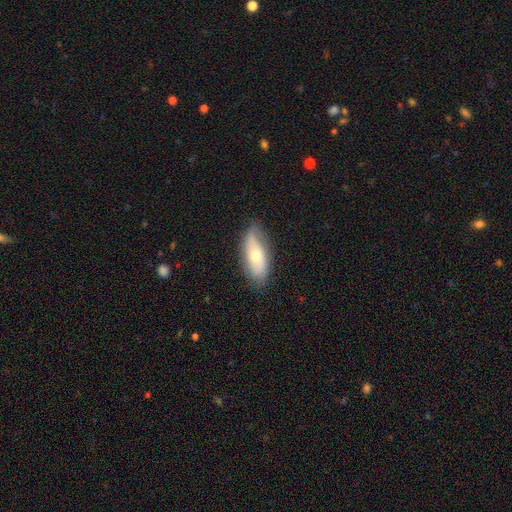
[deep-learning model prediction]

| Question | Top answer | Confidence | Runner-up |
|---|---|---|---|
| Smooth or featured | smooth | 53% | featured or disk (40%) |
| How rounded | in between | 82% | cigar-shaped (15%) |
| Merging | none | 76% | minor disturbance (19%) |